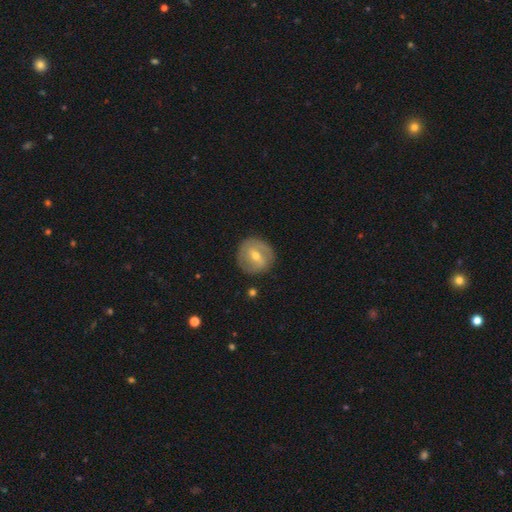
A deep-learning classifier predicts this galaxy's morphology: This appears to be a featured or disk galaxy (57%) with a weak bar (50%), spiral arms (59%) and a moderate central bulge (65%). Merging: none (83%).